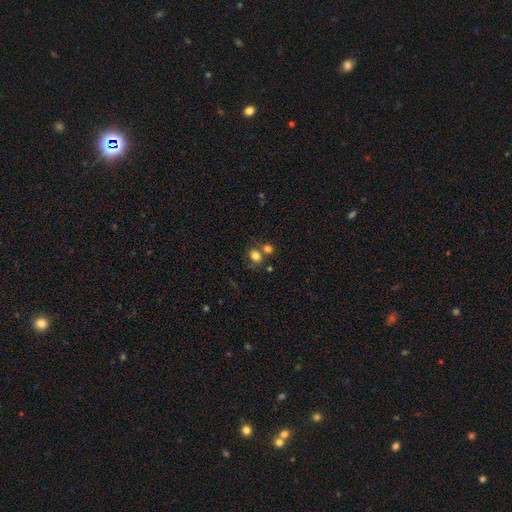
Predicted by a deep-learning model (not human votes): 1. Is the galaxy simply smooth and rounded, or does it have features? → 80% smooth, 12% star or artifact, 8% featured or disk.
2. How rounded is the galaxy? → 51% round, 48% in between, 1% cigar-shaped.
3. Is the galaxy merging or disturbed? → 50% none, 32% merger, 12% minor disturbance, 6% major disturbance.